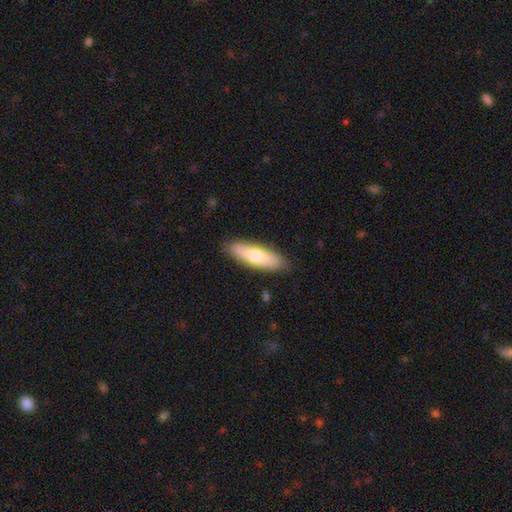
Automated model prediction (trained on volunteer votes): smooth-or-featured: smooth: 66% | featured or disk: 28% | star or artifact: 6%
  how-rounded: cigar-shaped: 51% | in between: 47% | round: 2%
  merging: none: 86% | minor disturbance: 10% | major disturbance: 2% | merger: 1%